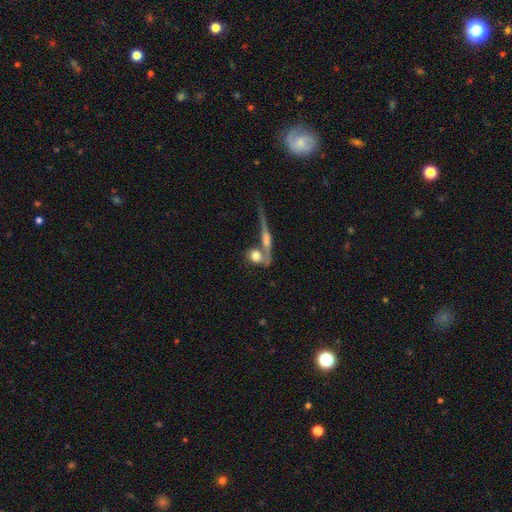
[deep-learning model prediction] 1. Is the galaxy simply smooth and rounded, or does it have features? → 62% smooth, 28% featured or disk, 10% star or artifact.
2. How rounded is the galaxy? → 56% round, 34% in between, 10% cigar-shaped.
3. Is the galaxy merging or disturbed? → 44% merger, 35% none, 11% minor disturbance, 10% major disturbance.